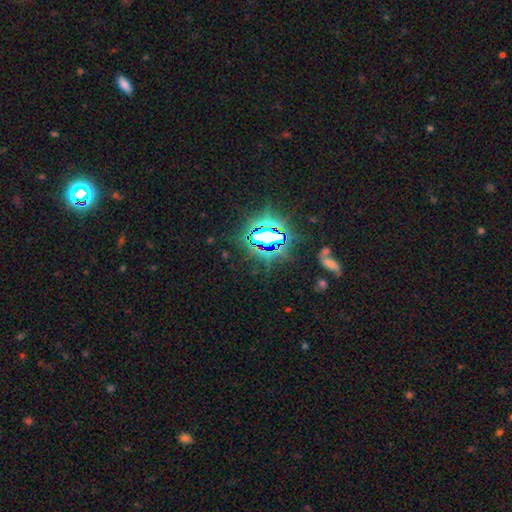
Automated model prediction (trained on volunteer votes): A star or artifact, not a galaxy (82%).

Vote fractions:
- Smooth or featured? star or artifact: 82% / smooth: 11% / featured or disk: 7%